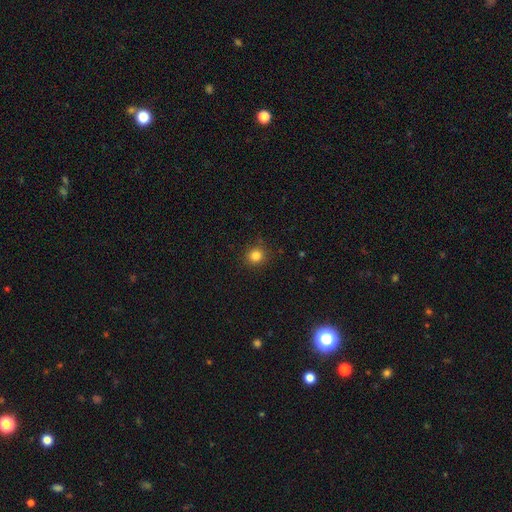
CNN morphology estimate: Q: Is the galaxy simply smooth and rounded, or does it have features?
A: smooth — 83%.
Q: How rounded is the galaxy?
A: round — 86%.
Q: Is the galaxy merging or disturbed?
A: none — 88%.